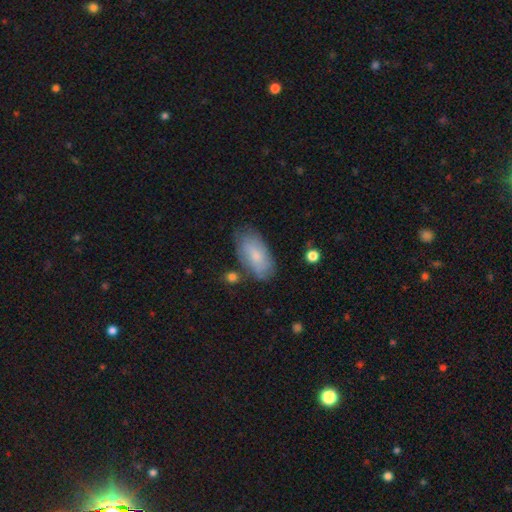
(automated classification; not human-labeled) Q: Smooth or featured?
A: smooth (66%); runner-up: featured or disk (28%)
Q: How rounded?
A: in between (93%); runner-up: cigar-shaped (5%)
Q: Merging?
A: none (70%); runner-up: minor disturbance (21%)